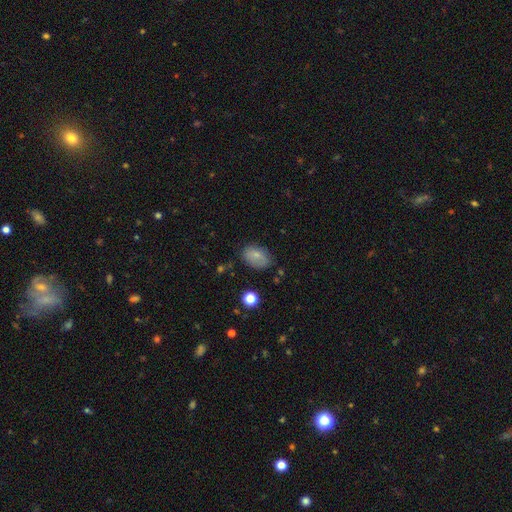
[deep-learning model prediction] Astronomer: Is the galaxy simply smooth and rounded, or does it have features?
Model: smooth — 77%.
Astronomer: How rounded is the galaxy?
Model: in between — 84%.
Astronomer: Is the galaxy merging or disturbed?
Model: none — 73%.